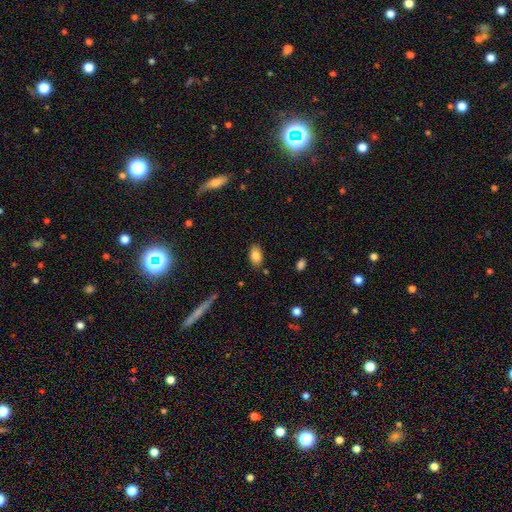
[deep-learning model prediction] Smooth or featured? Predicted: smooth (p=0.83). How rounded? Predicted: in between (p=0.91). Merging? Predicted: none (p=0.82).